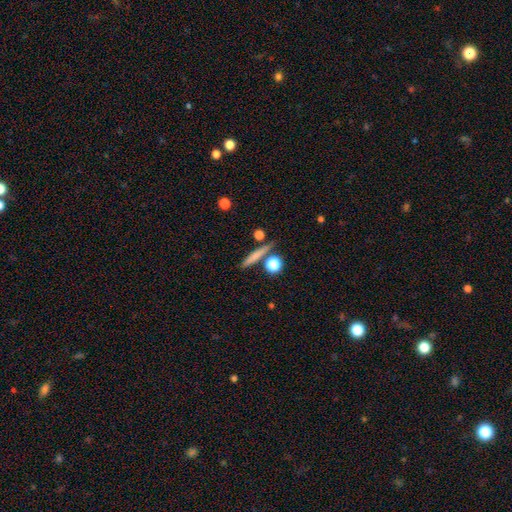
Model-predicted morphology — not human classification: Q: Smooth or featured?
A: smooth (71%); runner-up: featured or disk (21%)
Q: How rounded?
A: cigar-shaped (78%); runner-up: round (12%)
Q: Merging?
A: none (78%); runner-up: merger (10%)